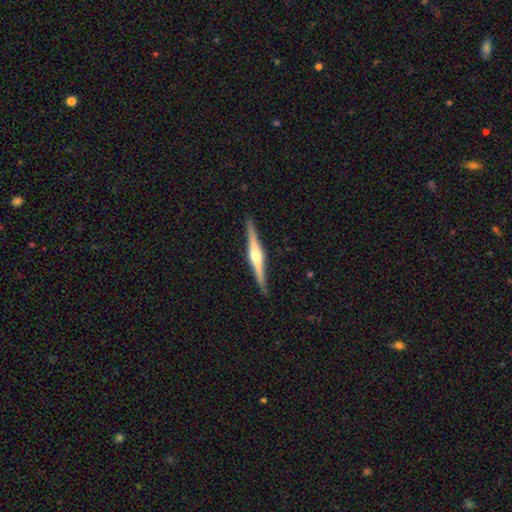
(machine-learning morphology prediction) Overall: featured or disk (80%). Edge-on disk: yes (98%). Edge-on bulge: rounded (91%). Merging: none (90%).